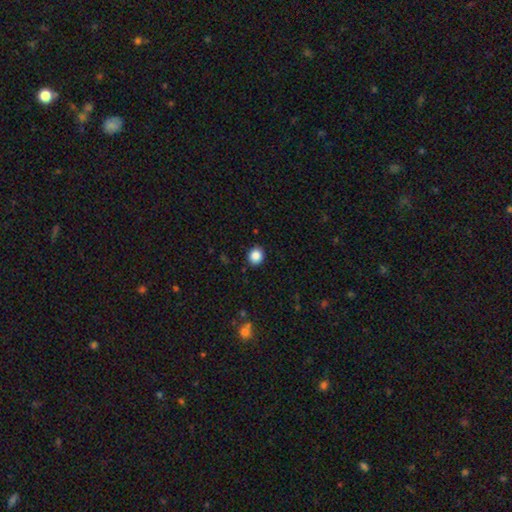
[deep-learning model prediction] Smooth or featured? Predicted: smooth (p=0.87). How rounded? Predicted: round (p=0.77). Merging? Predicted: none (p=0.90).